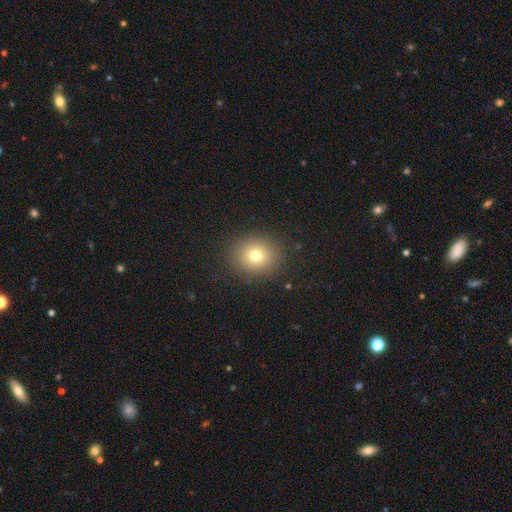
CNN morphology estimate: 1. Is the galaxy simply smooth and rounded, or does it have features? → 75% smooth, 15% star or artifact, 10% featured or disk.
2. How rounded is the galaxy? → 79% round, 20% in between, 1% cigar-shaped.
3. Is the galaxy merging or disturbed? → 89% none, 7% minor disturbance, 3% major disturbance, 1% merger.